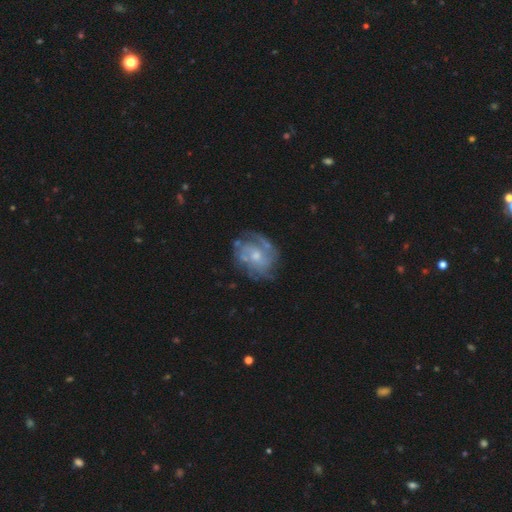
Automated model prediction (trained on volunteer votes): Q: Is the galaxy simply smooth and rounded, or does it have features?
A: featured or disk — 81%.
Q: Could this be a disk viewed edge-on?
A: no — 98%.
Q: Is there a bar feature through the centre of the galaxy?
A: no — 72%.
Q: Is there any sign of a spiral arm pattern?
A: yes — 88%.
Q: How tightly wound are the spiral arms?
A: tight — 48%.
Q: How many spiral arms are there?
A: can't tell — 38%.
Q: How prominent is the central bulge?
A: moderate — 47%.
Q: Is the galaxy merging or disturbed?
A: none — 65%.